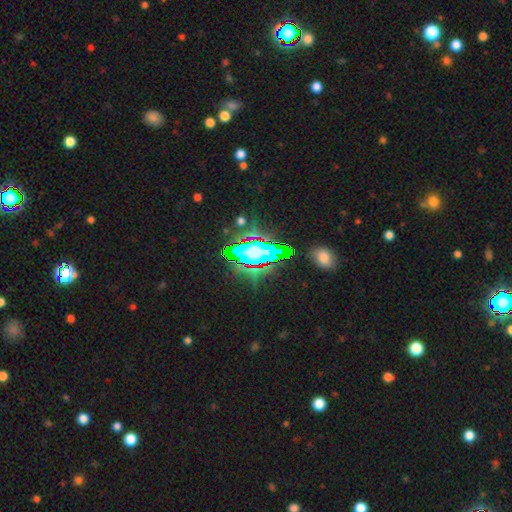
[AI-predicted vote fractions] smooth-or-featured: star or artifact: 60% | smooth: 21% | featured or disk: 19%